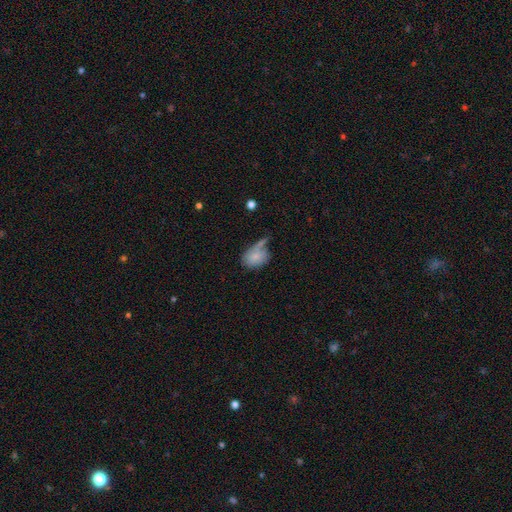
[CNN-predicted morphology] smooth 72%, featured or disk 20%, star or artifact 8%. Down the decision tree: how rounded — in between (73%); merging — none (36%).